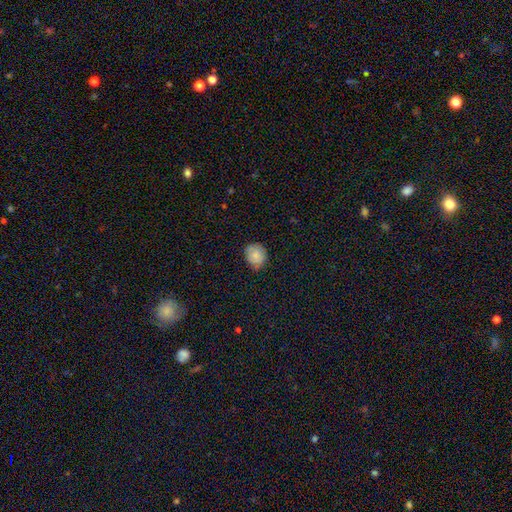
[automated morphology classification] The model was most divided on "how rounded": round: 73%, in between: 26%, cigar-shaped: 1%. More confident: smooth or featured — smooth (83%); merging — none (77%).